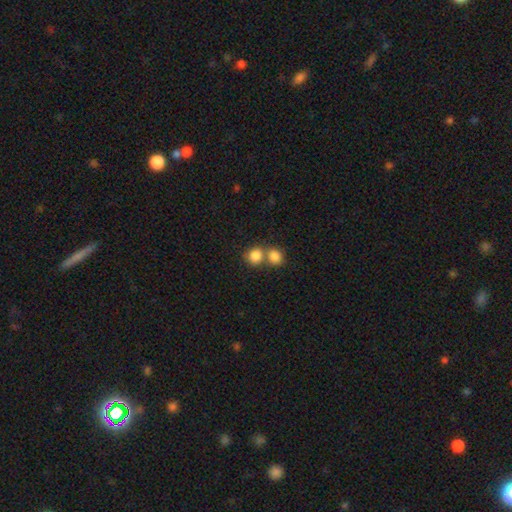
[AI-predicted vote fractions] Smooth or featured? Predicted: smooth (p=0.84). How rounded? Predicted: round (p=0.79). Merging? Predicted: merger (p=0.47).